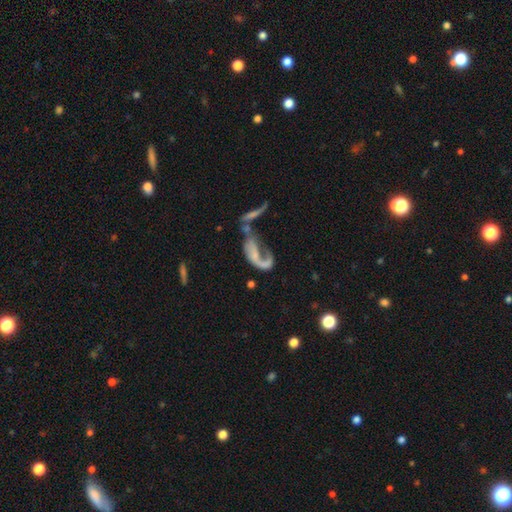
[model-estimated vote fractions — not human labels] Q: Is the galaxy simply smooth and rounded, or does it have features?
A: featured or disk — 63%.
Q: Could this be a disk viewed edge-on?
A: no — 93%.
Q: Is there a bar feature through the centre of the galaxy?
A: no — 72%.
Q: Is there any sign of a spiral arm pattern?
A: yes — 58%.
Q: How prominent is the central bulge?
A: none — 60%.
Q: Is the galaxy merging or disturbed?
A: merger — 44%.